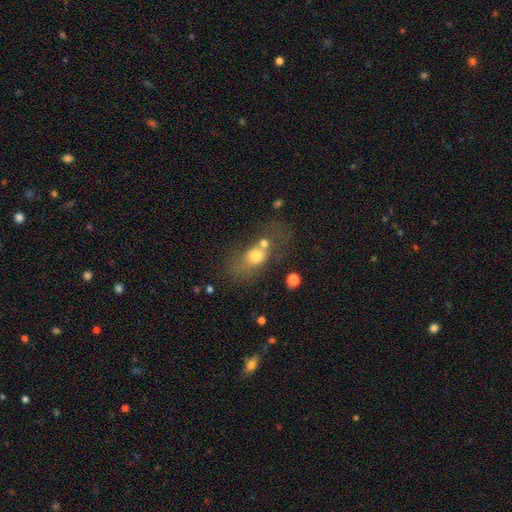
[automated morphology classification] Q: Smooth or featured?
A: smooth (68%); runner-up: featured or disk (19%)
Q: How rounded?
A: in between (53%); runner-up: round (43%)
Q: Merging?
A: merger (41%); runner-up: none (29%)